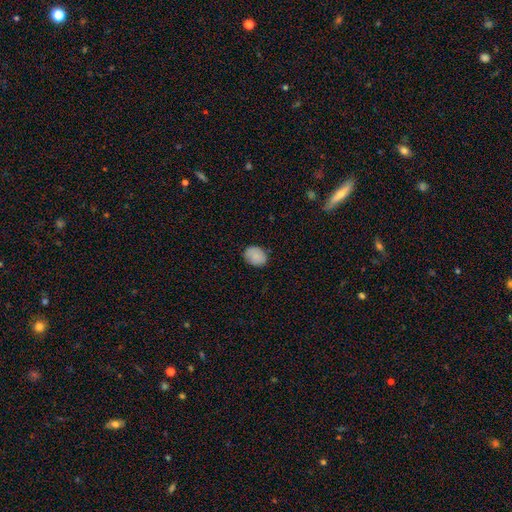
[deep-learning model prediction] A smooth galaxy with no disk features (87%) that is in between round and cigar-shaped (58%). Merging: none (81%).